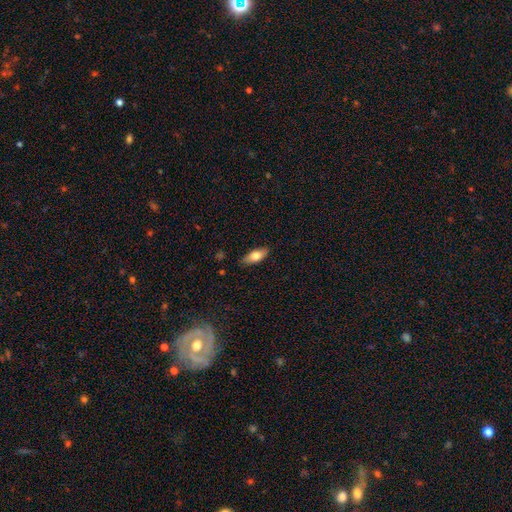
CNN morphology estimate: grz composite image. It shows a smooth galaxy with no disk features (73%) that is in between round and cigar-shaped (78%). Merging: none (86%).